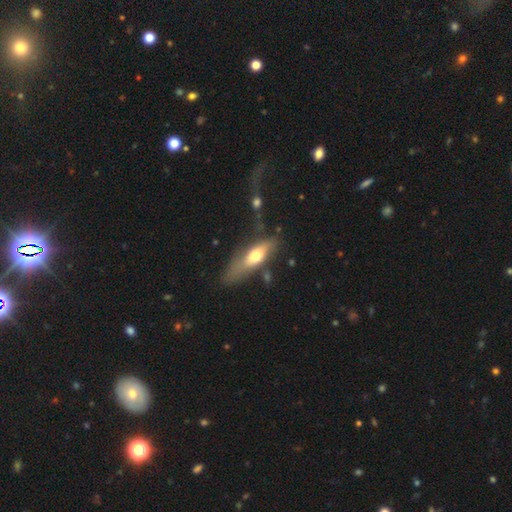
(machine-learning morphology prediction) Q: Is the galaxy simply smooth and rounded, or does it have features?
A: smooth — 56%.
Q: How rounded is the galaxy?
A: in between — 50%.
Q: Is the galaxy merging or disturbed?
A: none — 58%.